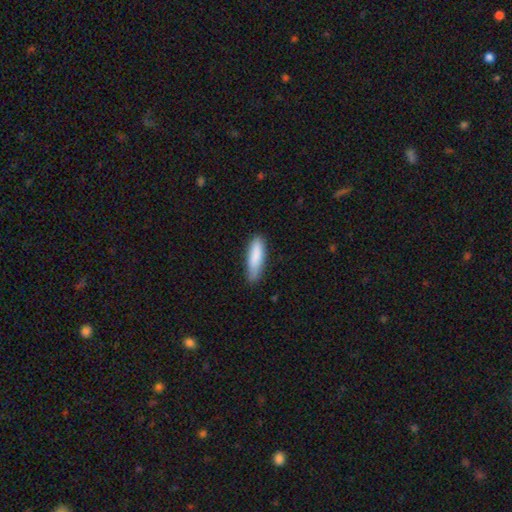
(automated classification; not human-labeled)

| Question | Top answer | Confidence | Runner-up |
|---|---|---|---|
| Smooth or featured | smooth | 86% | featured or disk (8%) |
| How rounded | cigar-shaped | 54% | in between (44%) |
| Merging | none | 76% | minor disturbance (20%) |